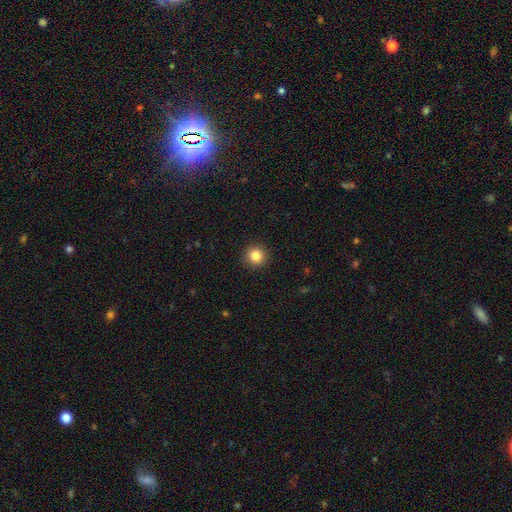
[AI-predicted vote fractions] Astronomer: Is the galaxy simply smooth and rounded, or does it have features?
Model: smooth — 85%.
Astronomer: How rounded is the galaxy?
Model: round — 94%.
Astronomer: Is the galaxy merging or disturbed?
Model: none — 92%.